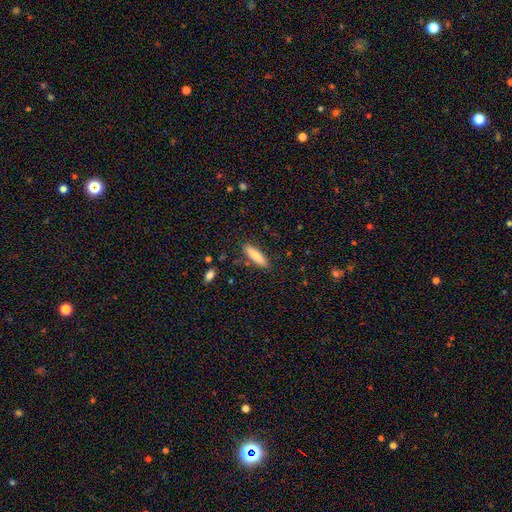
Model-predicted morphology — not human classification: Q: Smooth or featured?
A: smooth (79%); runner-up: featured or disk (15%)
Q: How rounded?
A: cigar-shaped (72%); runner-up: in between (27%)
Q: Merging?
A: none (85%); runner-up: minor disturbance (10%)